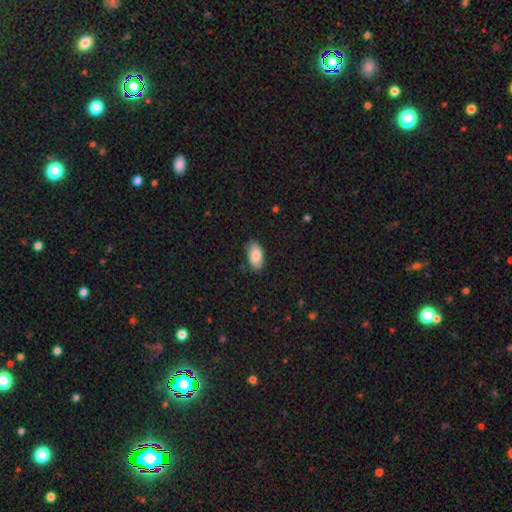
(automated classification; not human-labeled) A smooth galaxy with no disk features (86%) that is in between round and cigar-shaped (94%). Merging: none (85%).